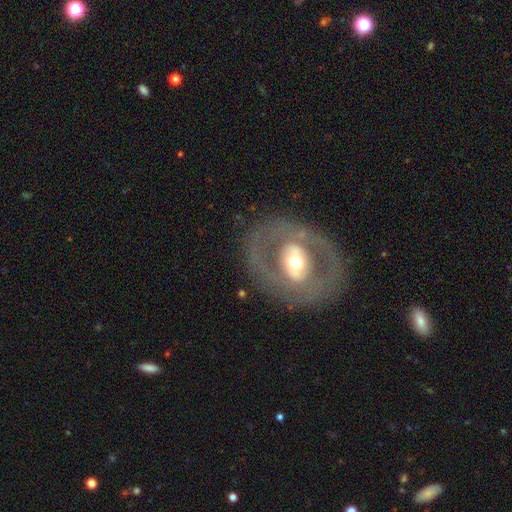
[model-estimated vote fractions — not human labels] smooth-or-featured: featured or disk: 72% | smooth: 21% | star or artifact: 7%
  disk-edge-on: no: 92% | yes: 8%
    bar: weak: 35% (tied) | strong: 35% (tied) | no: 31%
    has-spiral-arms: no: 67% | yes: 33%
    bulge-size: moderate: 65% | small: 21% | large: 11% | dominant: 2% | none: 1%
  merging: none: 79% | minor disturbance: 12% | major disturbance: 7% | merger: 1%